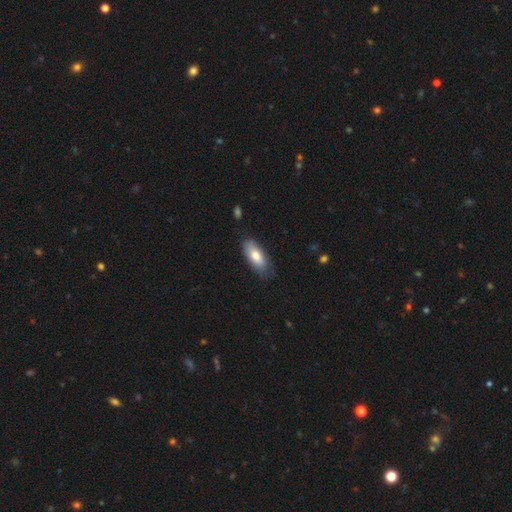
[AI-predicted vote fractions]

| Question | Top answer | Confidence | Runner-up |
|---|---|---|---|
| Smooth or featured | smooth | 77% | featured or disk (18%) |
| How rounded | in between | 81% | cigar-shaped (17%) |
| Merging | none | 76% | minor disturbance (19%) |